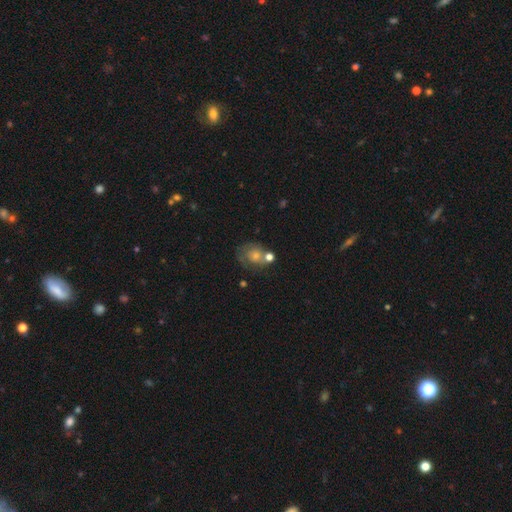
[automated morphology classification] A smooth galaxy with no disk features (56%) that is round (60%).

Vote fractions:
- Smooth or featured? smooth: 56% / featured or disk: 33% / star or artifact: 11%
- How rounded? round: 60% / in between: 39% / cigar-shaped: 1%
- Merging? none: 41% / merger: 22% / minor disturbance: 21% / major disturbance: 16%